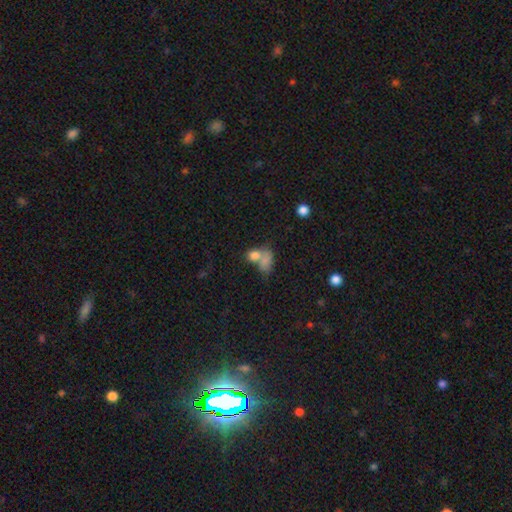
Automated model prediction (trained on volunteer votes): This appears to be a smooth galaxy with no disk features (63%) that is in between round and cigar-shaped (57%). Merging: merger (45%).